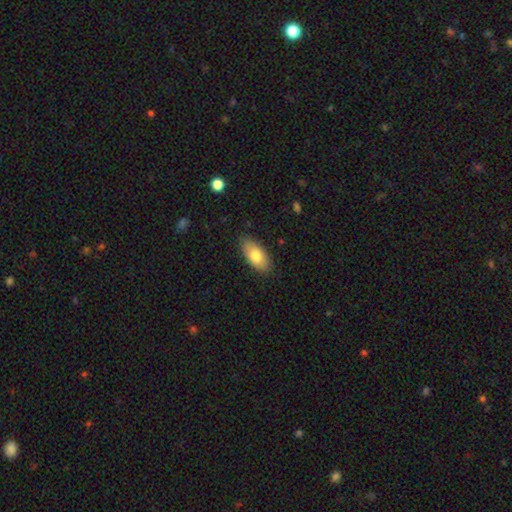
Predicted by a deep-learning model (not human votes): Smooth or featured?
  - smooth: 79% *
  - featured or disk: 15%
  - star or artifact: 6%
How rounded?
  - in between: 90% *
  - cigar-shaped: 8%
  - round: 3%
Merging?
  - none: 84% *
  - minor disturbance: 13%
  - major disturbance: 2%
  - merger: 1%